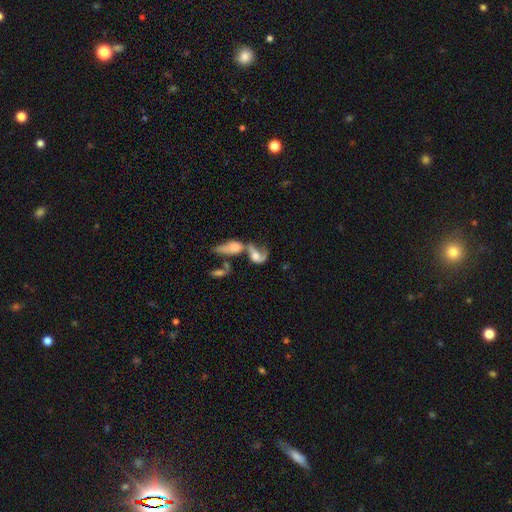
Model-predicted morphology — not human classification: This is likely a featured or disk galaxy (61%). It is clearly not viewed edge-on (93%). Bar: likely no (67%). Spiral arm pattern: likely yes (73%). Central bulge: possibly moderate (45%). Merging: likely merger (64%).